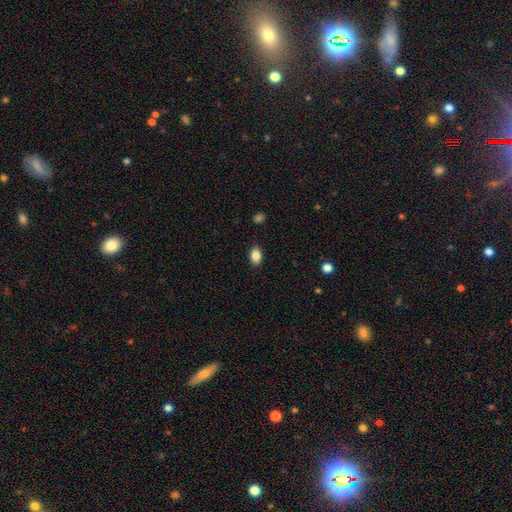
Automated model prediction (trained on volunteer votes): The model was most divided on "how rounded": in between: 84%, round: 14%, cigar-shaped: 2%. More confident: merging — none (88%); smooth or featured — smooth (87%).